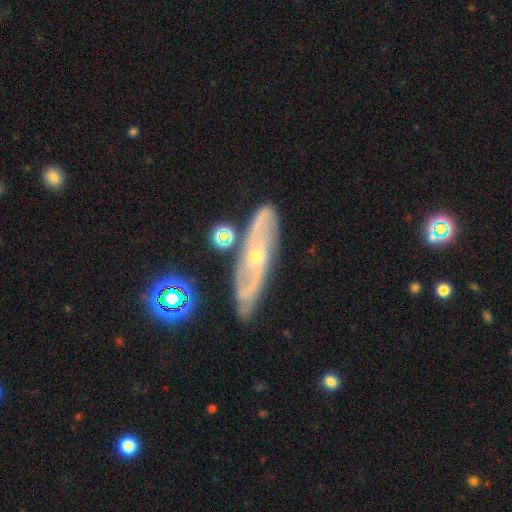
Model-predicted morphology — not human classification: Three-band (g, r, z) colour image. It shows a featured or disk galaxy (81%) with no bar (57%), 2 (67%) medium (42%) spiral arms (92%) and a small central bulge (64%). Merging: none (78%).